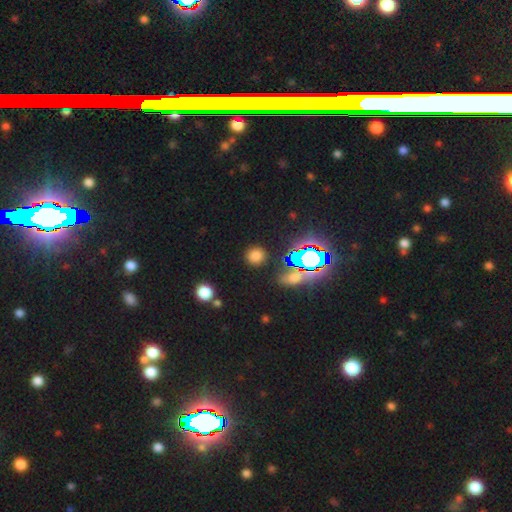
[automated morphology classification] Smooth or featured? smooth (70%)
How rounded? round (90%)
Merging? none (88%)